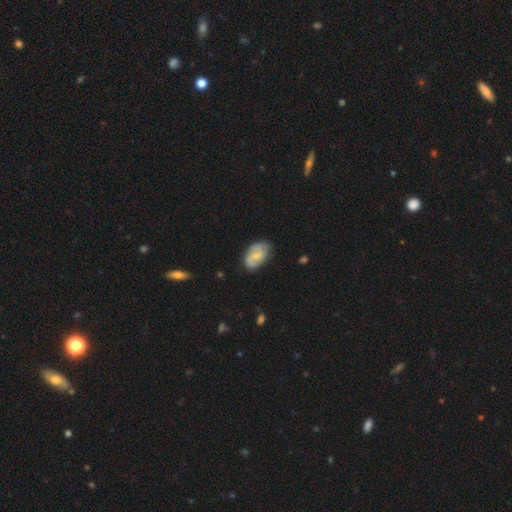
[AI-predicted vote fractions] Overall: featured or disk (57%; smooth 37%). Edge-on disk: no (96%). Bar: no (48%; weak 43%). Spiral arms: yes (82%). Bulge size: small (53%; moderate 37%). Merging: none (71%).